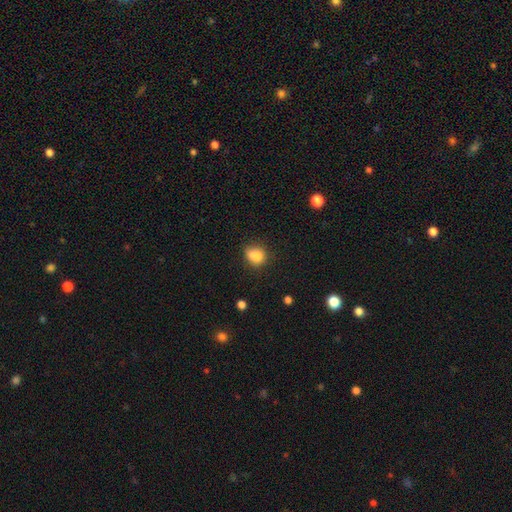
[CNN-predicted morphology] A smooth galaxy with no disk features (81%) that is round (51%). Merging: none (59%).